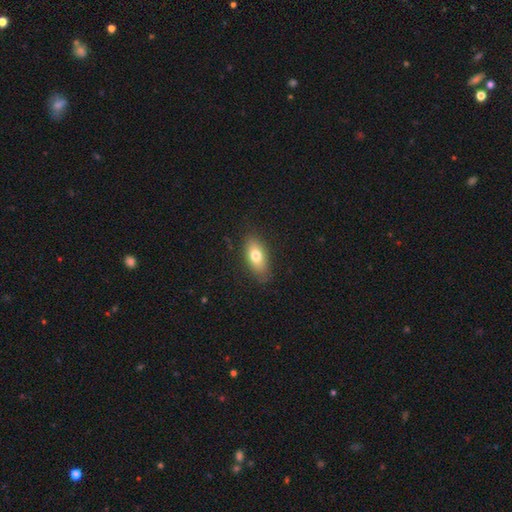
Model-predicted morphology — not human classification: Q: Smooth or featured?
A: smooth (74%); runner-up: featured or disk (19%)
Q: How rounded?
A: in between (84%); runner-up: cigar-shaped (11%)
Q: Merging?
A: none (83%); runner-up: minor disturbance (13%)